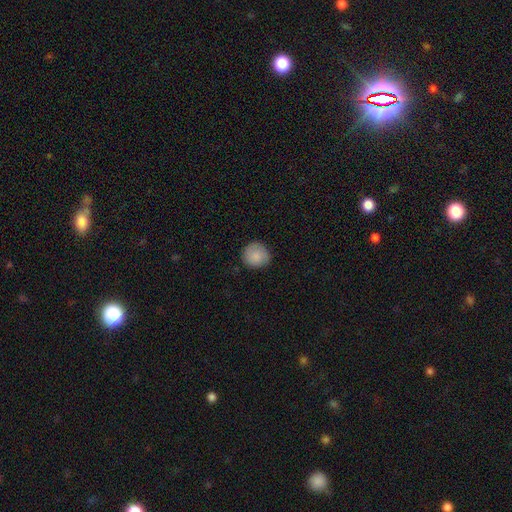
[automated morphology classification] The model was most divided on "merging": none: 83%, minor disturbance: 14%, major disturbance: 3%, merger: 1%. More confident: how rounded — round (91%); smooth or featured — smooth (86%).